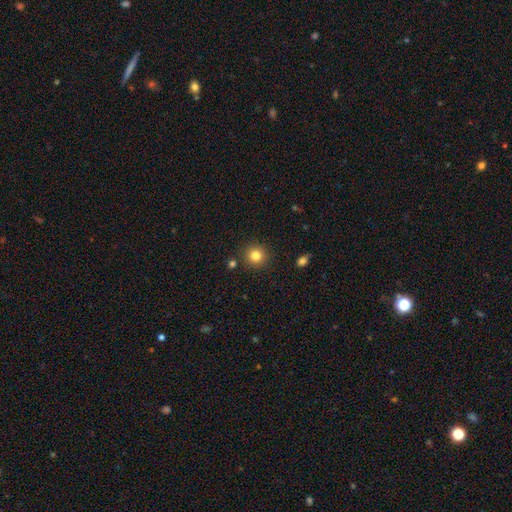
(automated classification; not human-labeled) Q: Smooth or featured?
A: smooth (82%); runner-up: star or artifact (12%)
Q: How rounded?
A: round (93%); runner-up: in between (6%)
Q: Merging?
A: none (89%); runner-up: minor disturbance (6%)